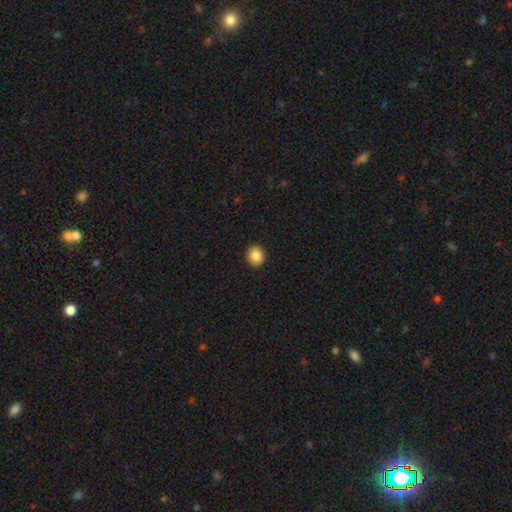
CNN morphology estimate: smooth 87%, star or artifact 9%, featured or disk 4%. Down the decision tree: how rounded — round (69%); merging — none (91%).